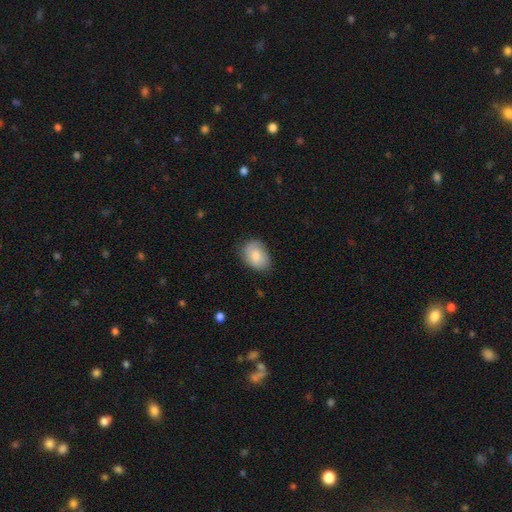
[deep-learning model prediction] This appears to be a smooth galaxy with no disk features (80%) that is in between round and cigar-shaped (78%). Merging: none (74%).